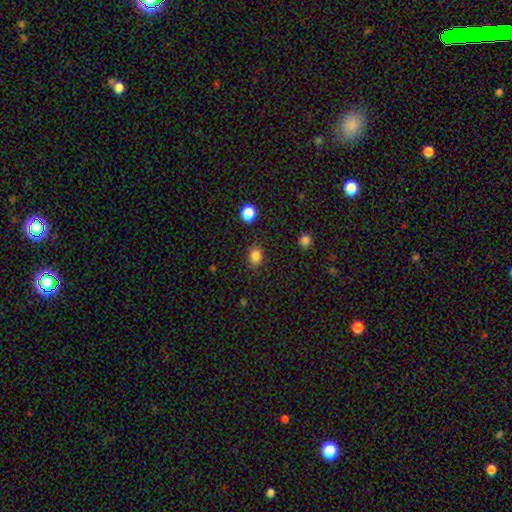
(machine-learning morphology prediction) The model was most divided on "how rounded": in between: 51%, round: 48%, cigar-shaped: 1%. More confident: smooth or featured — smooth (84%); merging — none (82%).